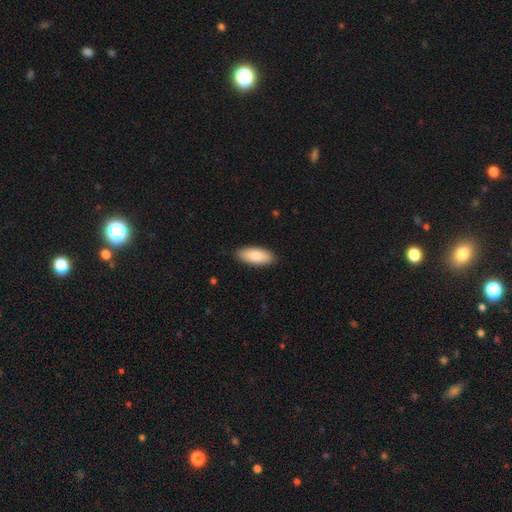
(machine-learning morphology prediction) Smooth or featured? smooth (84%)
How rounded? in between (87%)
Merging? none (89%)